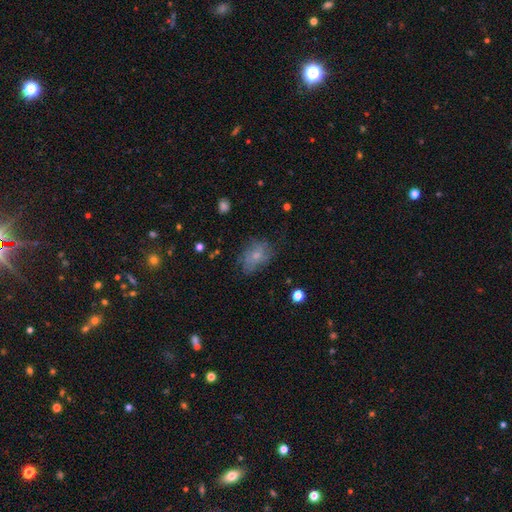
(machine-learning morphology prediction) smooth_or_featured: smooth (p=0.56) [alt: featured or disk p=0.32]
how_rounded: in between (p=0.73) [alt: round p=0.25]
merging: none (p=0.58) [alt: minor disturbance p=0.26]